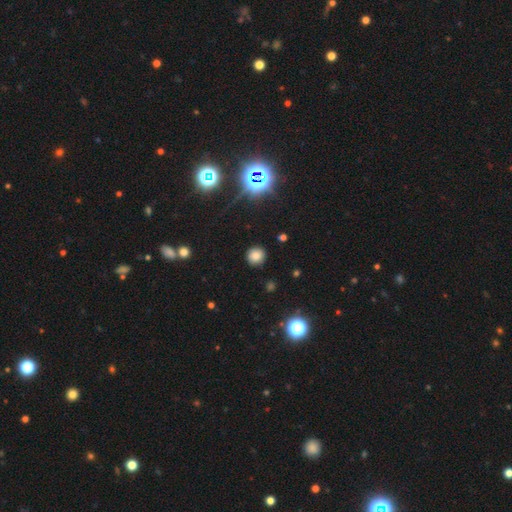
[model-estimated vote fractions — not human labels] smooth_or_featured: smooth (p=0.76) [alt: star or artifact p=0.18]
how_rounded: round (p=0.90) [alt: in between p=0.08]
merging: none (p=0.88) [alt: minor disturbance p=0.08]